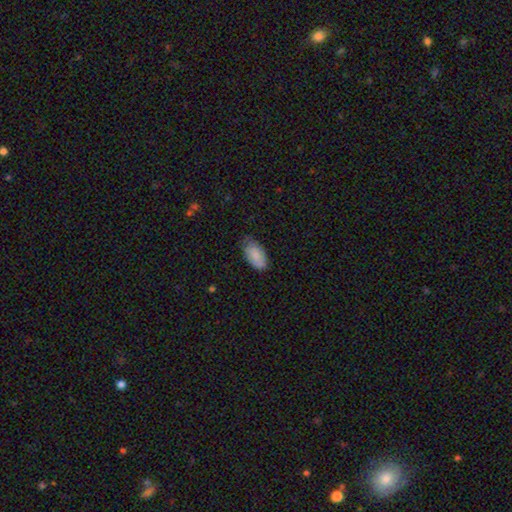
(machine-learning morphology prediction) Overall: smooth (84%). How rounded: in between (95%). Merging: none (63%; minor disturbance 31%).